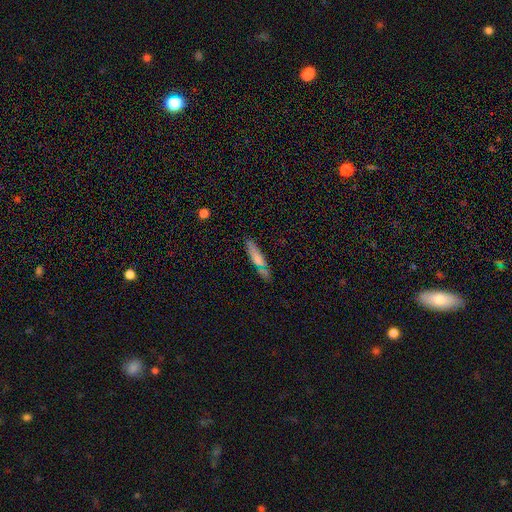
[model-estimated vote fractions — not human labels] smooth 53%, featured or disk 36%, star or artifact 11%. Down the decision tree: how rounded — cigar-shaped (88%); merging — none (79%).